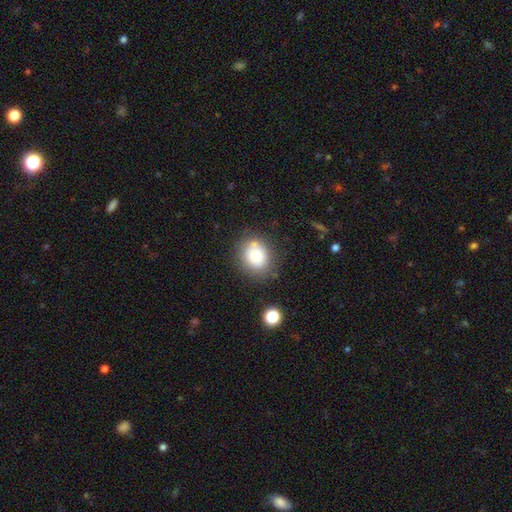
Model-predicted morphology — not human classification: Overall: smooth (73%). How rounded: round (67%; in between 32%). Merging: none (73%).